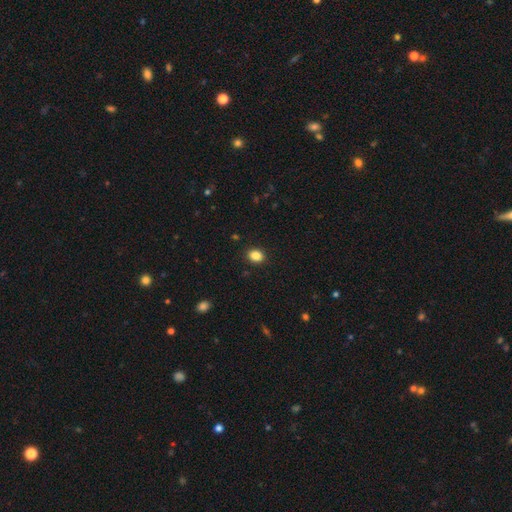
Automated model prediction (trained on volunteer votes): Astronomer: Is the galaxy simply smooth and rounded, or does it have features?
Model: smooth — 86%.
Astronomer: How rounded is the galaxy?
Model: round — 50% (runner-up: in between, 49%).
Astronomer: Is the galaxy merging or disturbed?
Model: none — 90%.